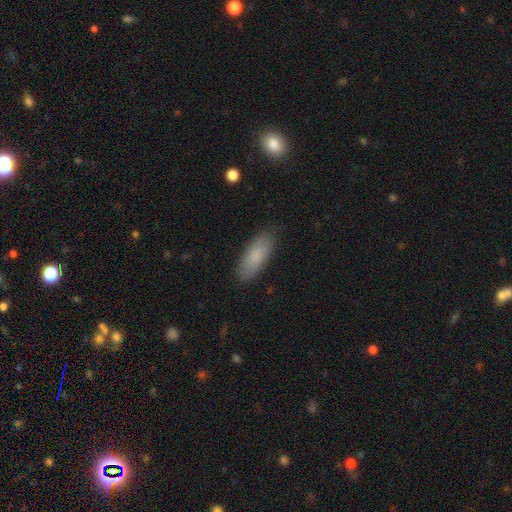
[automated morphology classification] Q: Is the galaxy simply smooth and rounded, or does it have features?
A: smooth — 84%.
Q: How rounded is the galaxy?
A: in between — 71%.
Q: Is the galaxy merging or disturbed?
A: none — 86%.